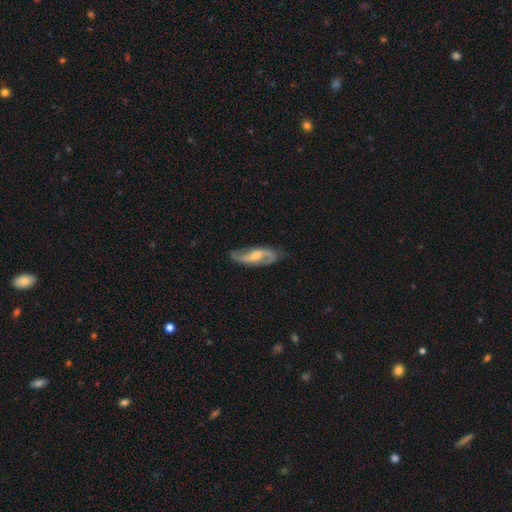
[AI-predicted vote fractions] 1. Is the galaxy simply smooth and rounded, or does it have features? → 84% featured or disk, 11% smooth, 5% star or artifact.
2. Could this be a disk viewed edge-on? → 92% no, 8% yes.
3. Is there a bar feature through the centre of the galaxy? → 43% weak, 41% no, 16% strong.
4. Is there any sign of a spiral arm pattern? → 96% yes, 4% no.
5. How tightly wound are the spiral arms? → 50% loose, 39% medium, 12% tight.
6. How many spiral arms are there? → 91% 2, 4% can't tell, 2% 1, 1% 3, 1% 4, 1% more than 4.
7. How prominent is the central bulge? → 54% moderate, 31% small, 7% large, 7% none, 1% dominant.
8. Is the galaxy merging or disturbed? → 75% none, 17% minor disturbance, 6% major disturbance, 2% merger.